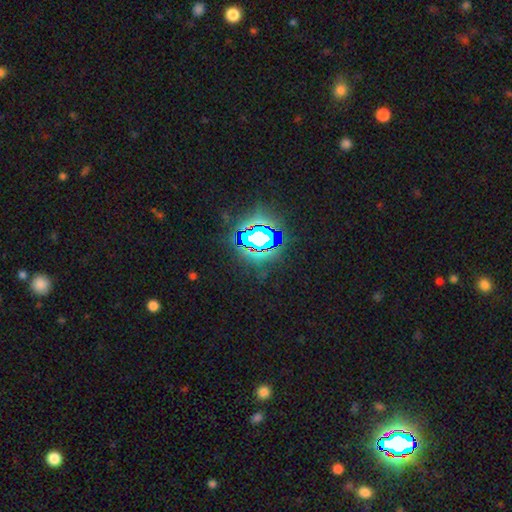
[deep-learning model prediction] The model was most divided on "smooth or featured": star or artifact: 83%, smooth: 11%, featured or disk: 7%.